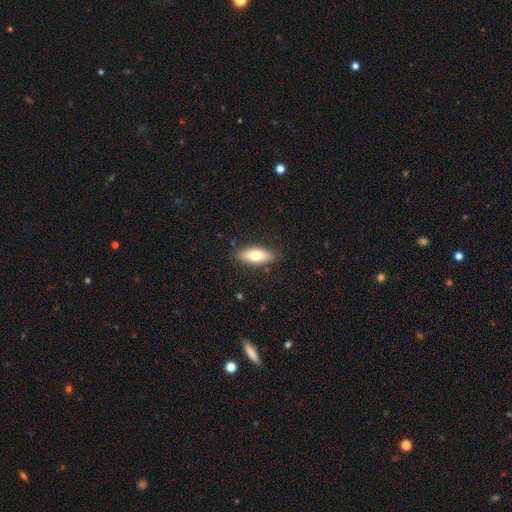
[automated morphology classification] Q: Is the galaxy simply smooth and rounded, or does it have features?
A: smooth — 73%.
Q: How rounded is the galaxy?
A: in between — 76%.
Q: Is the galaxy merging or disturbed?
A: none — 86%.